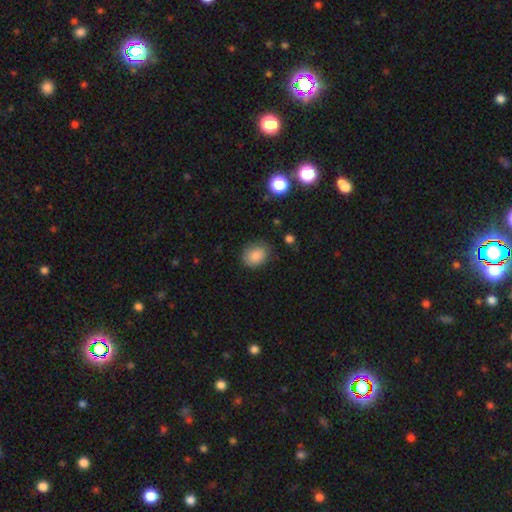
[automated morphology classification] smooth 86%, star or artifact 8%, featured or disk 5%. Down the decision tree: how rounded — in between (54%); merging — none (75%).